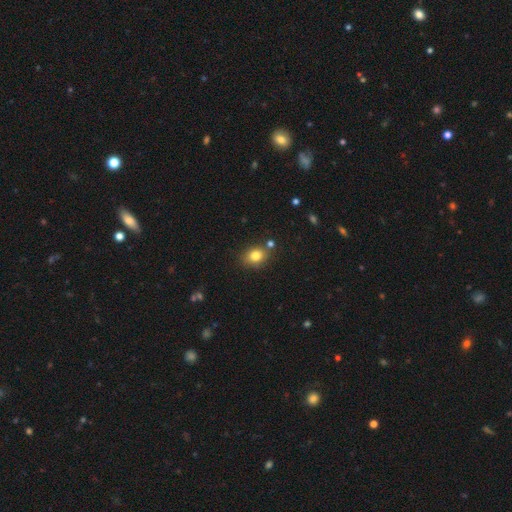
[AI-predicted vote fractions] smooth 81%, star or artifact 11%, featured or disk 8%. Down the decision tree: how rounded — in between (56%); merging — none (77%).